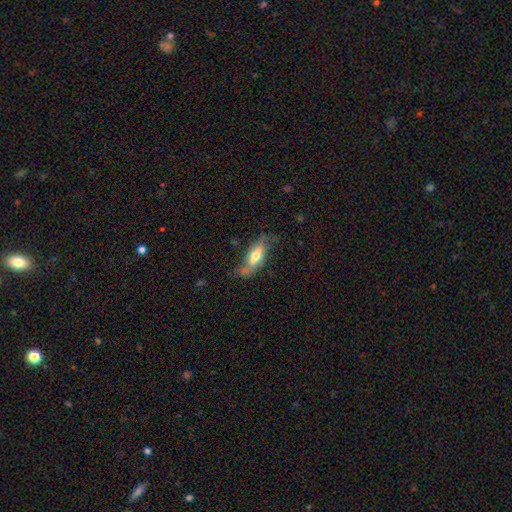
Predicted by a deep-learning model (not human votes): Smooth or featured?
  - smooth: 47% *
  - featured or disk: 46%
  - star or artifact: 7%
Merging?
  - none: 53% *
  - minor disturbance: 29%
  - major disturbance: 14%
  - merger: 3%